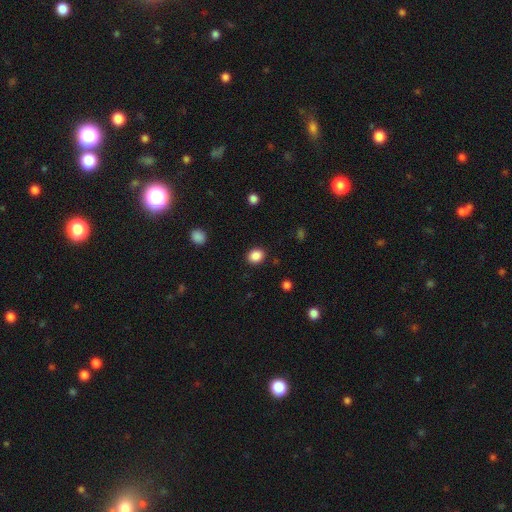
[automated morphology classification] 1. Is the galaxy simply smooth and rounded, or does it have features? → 87% smooth, 10% star or artifact, 3% featured or disk.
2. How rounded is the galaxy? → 58% round, 41% in between, 1% cigar-shaped.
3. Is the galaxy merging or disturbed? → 89% none, 7% minor disturbance, 3% major disturbance, 1% merger.